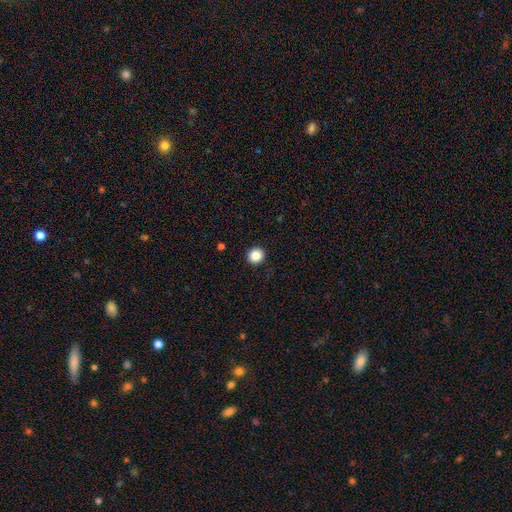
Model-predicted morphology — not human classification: Overall: smooth (86%). How rounded: round (93%). Merging: none (94%).